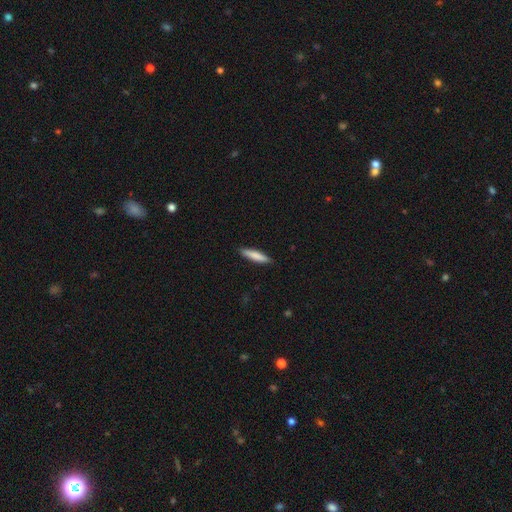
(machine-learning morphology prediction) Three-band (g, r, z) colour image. It shows a smooth galaxy with no disk features (81%) that is cigar-shaped (87%). Merging: none (90%).